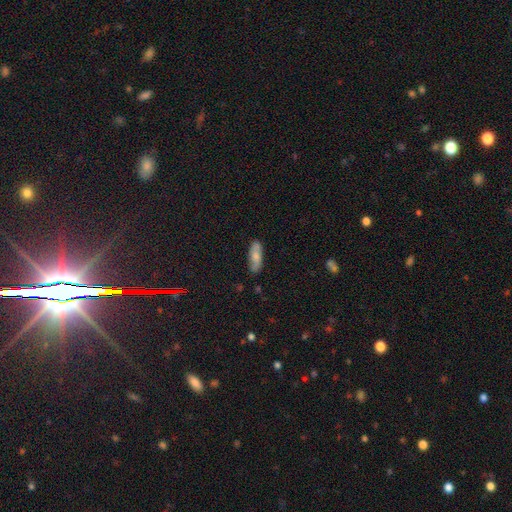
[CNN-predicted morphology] Smooth or featured? smooth (69%)
How rounded? in between (58%)
Merging? none (82%)